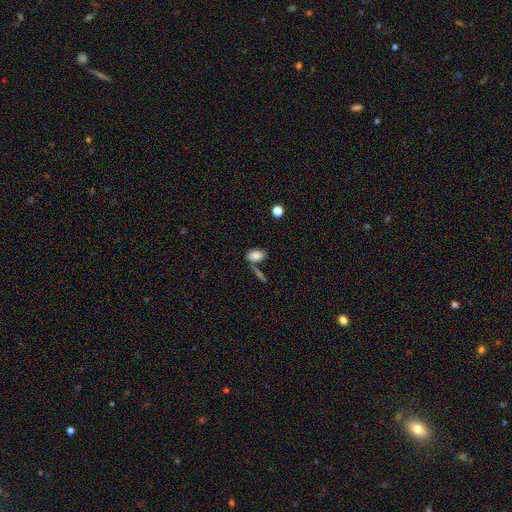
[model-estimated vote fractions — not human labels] This is clearly a smooth galaxy (82%). How rounded: clearly in between (88%). Merging: possibly none (58%).